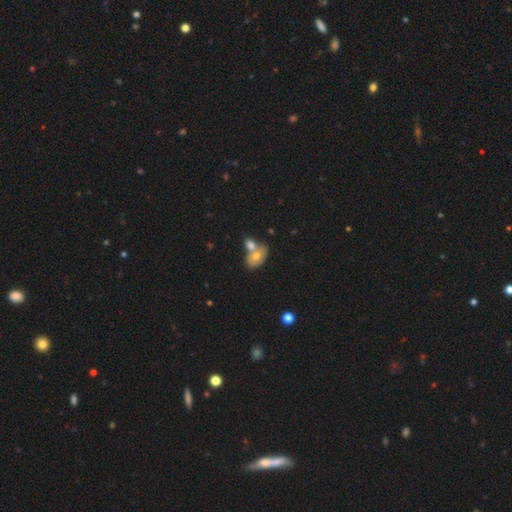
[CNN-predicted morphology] smooth-or-featured: smooth: 65% | featured or disk: 27% | star or artifact: 8%
  how-rounded: in between: 81% | round: 17% | cigar-shaped: 2%
  merging: merger: 58% | none: 28% | minor disturbance: 9% | major disturbance: 4%